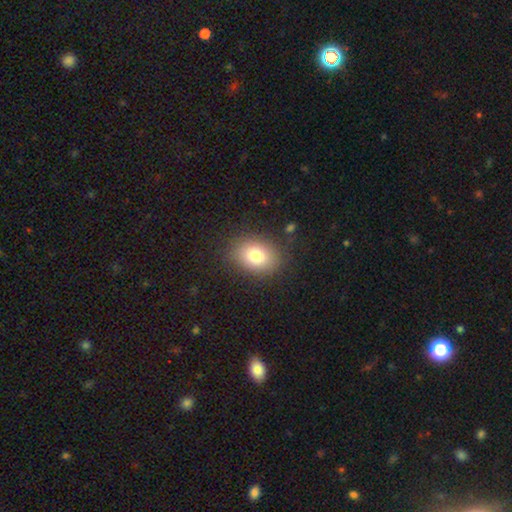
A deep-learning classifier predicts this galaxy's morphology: A smooth galaxy with no disk features (80%) that is in between round and cigar-shaped (65%).

Vote fractions:
- Smooth or featured? smooth: 80% / featured or disk: 10% / star or artifact: 10%
- How rounded? in between: 65% / round: 34% / cigar-shaped: 1%
- Merging? none: 83% / minor disturbance: 11% / major disturbance: 4% / merger: 2%